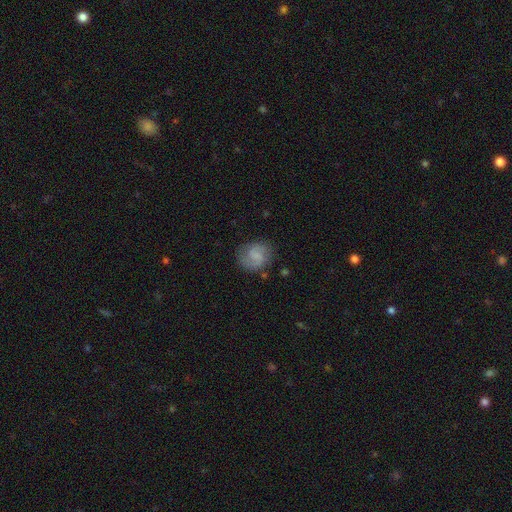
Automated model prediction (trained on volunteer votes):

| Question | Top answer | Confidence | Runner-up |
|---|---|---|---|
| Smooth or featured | featured or disk | 59% | smooth (34%) |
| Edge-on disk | no | 98% | yes (2%) |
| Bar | weak | 50% | no (39%) |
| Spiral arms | yes | 92% | no (8%) |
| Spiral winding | medium | 51% | loose (26%) |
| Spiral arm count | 2 | 85% | can't tell (6%) |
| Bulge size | none | 50% | small (32%) |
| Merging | none | 76% | minor disturbance (16%) |